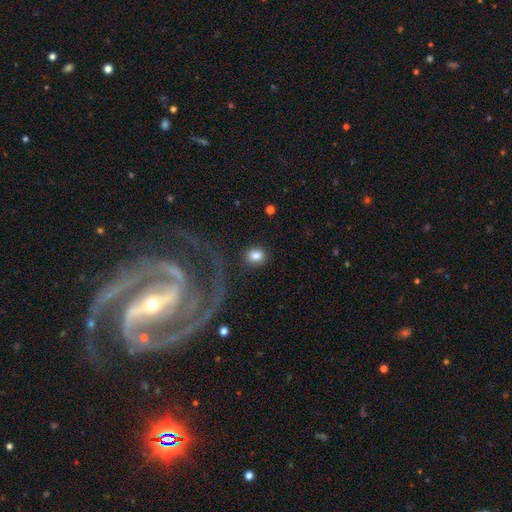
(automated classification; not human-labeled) This is clearly a smooth galaxy (83%). How rounded: likely round (66%). Merging: clearly none (85%).